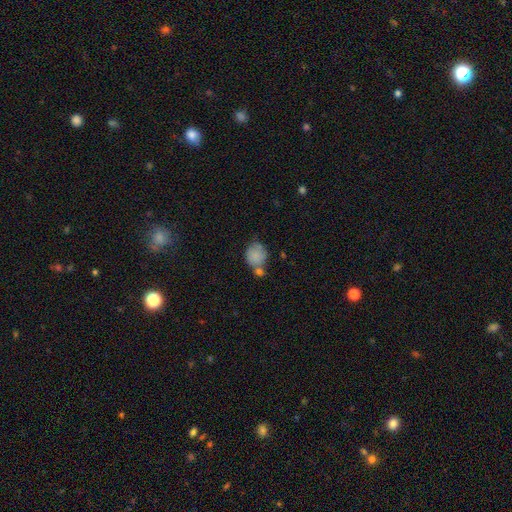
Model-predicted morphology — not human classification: Overall: smooth (81%). How rounded: round (70%). Merging: none (41%; merger 33%).